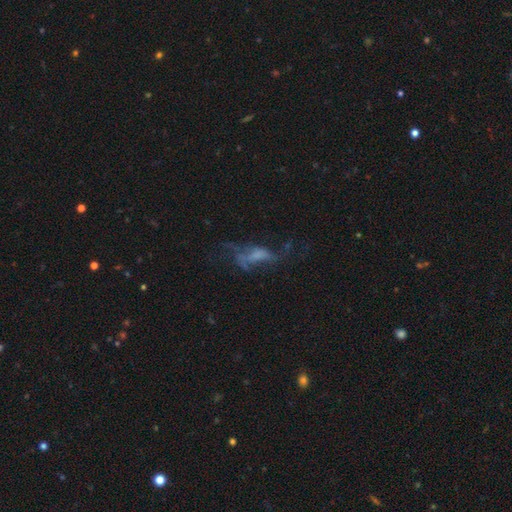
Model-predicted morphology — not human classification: This appears to be a featured or disk galaxy (52%). Merging: major disturbance (44%).